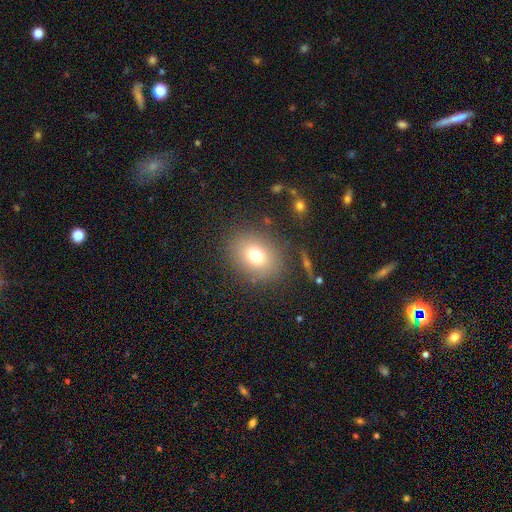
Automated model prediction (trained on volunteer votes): Smooth or featured? Predicted: smooth (p=0.74). How rounded? Predicted: in between (p=0.53). Merging? Predicted: none (p=0.84).